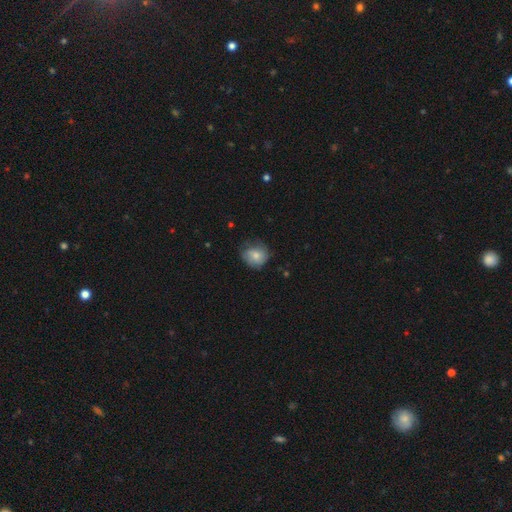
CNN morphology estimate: smooth_or_featured: smooth (p=0.71) [alt: featured or disk p=0.21]
how_rounded: round (p=0.74) [alt: in between p=0.25]
merging: none (p=0.59) [alt: minor disturbance p=0.30]